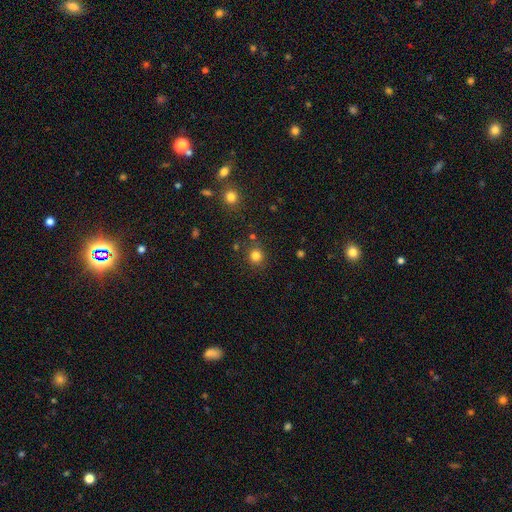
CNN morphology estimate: A smooth galaxy with no disk features (81%) that is round (89%). Merging: none (84%).